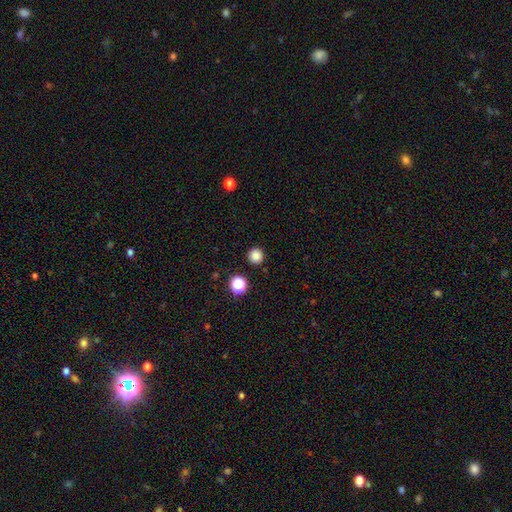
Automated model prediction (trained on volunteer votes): smooth 84%, star or artifact 13%, featured or disk 3%. Down the decision tree: how rounded — round (95%); merging — none (92%).